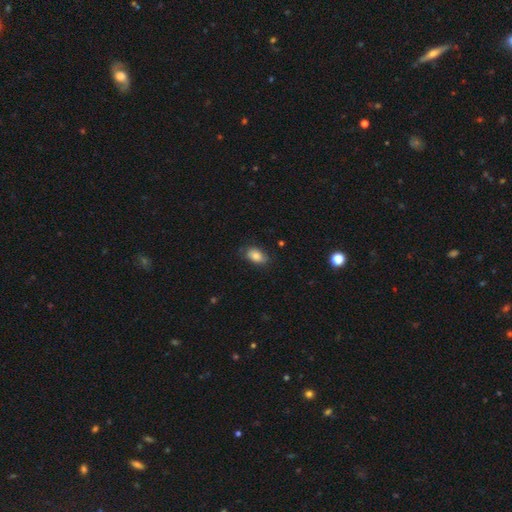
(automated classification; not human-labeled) smooth_or_featured: smooth (p=0.81) [alt: featured or disk p=0.11]
how_rounded: in between (p=0.90) [alt: round p=0.08]
merging: none (p=0.73) [alt: minor disturbance p=0.21]